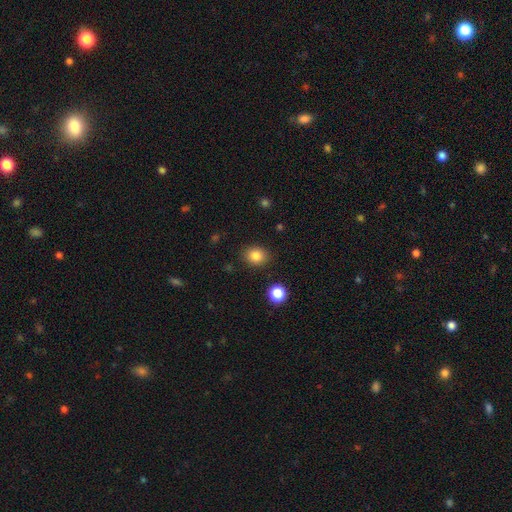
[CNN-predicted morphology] Smooth or featured? smooth (84%)
How rounded? round (57%)
Merging? none (87%)